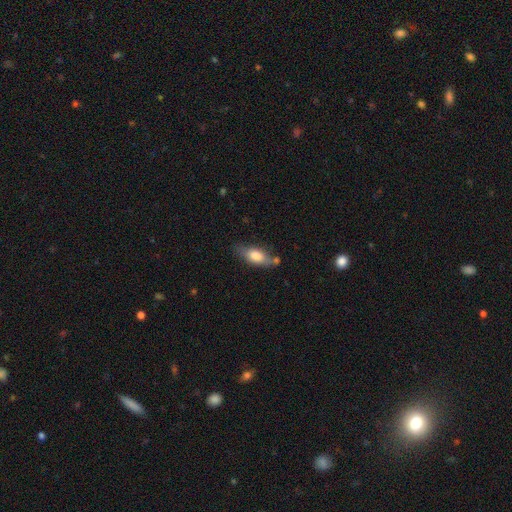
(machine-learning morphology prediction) A smooth galaxy with no disk features (71%) that is in between round and cigar-shaped (75%).

Vote fractions:
- Smooth or featured? smooth: 71% / featured or disk: 22% / star or artifact: 7%
- How rounded? in between: 75% / cigar-shaped: 22% / round: 3%
- Merging? none: 59% / minor disturbance: 24% / merger: 10% / major disturbance: 7%